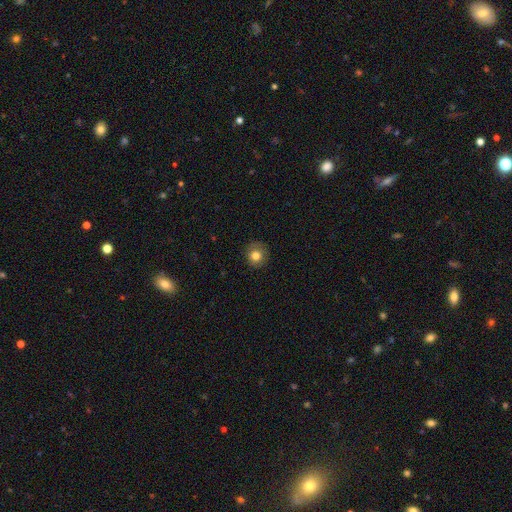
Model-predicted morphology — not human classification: Smooth or featured: smooth — 80% (star or artifact — 11%)
How rounded: round — 90% (in between — 9%)
Merging: none — 88% (minor disturbance — 9%)